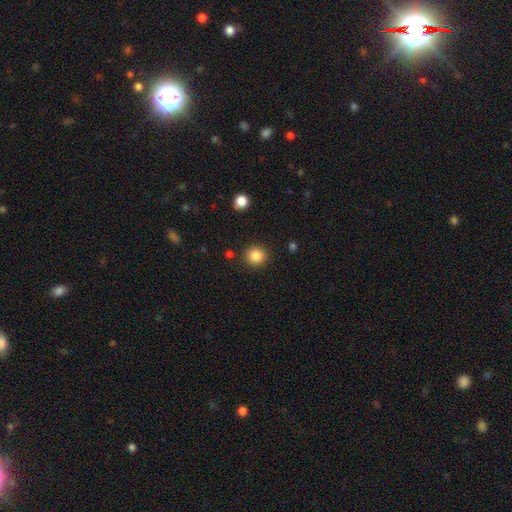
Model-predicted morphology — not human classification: smooth 86%, star or artifact 10%, featured or disk 4%. Down the decision tree: how rounded — round (90%); merging — none (89%).